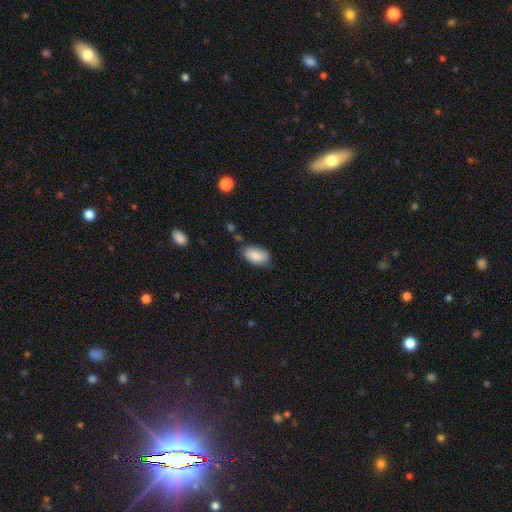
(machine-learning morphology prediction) smooth-or-featured: smooth: 88% | star or artifact: 7% | featured or disk: 6%
  how-rounded: in between: 94% | round: 4% | cigar-shaped: 2%
  merging: none: 74% | minor disturbance: 20% | major disturbance: 4% | merger: 2%